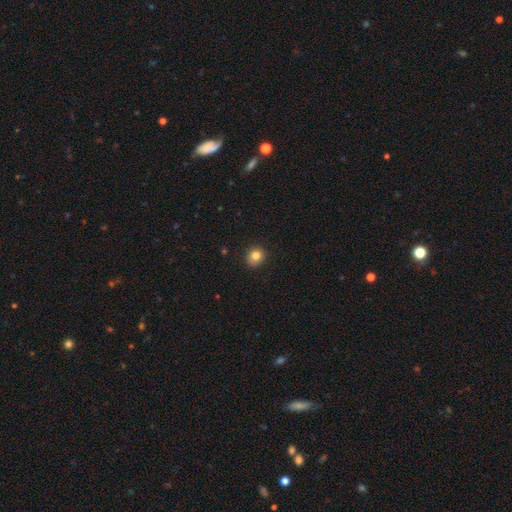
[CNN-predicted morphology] Overall: smooth (82%). How rounded: round (82%). Merging: none (87%).